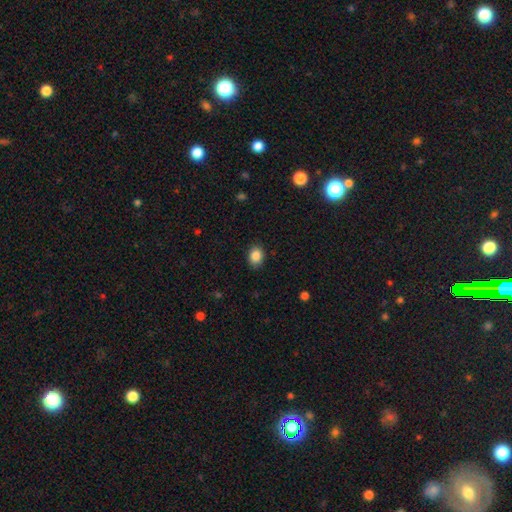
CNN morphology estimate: Smooth or featured? smooth (87%)
How rounded? in between (57%)
Merging? none (87%)